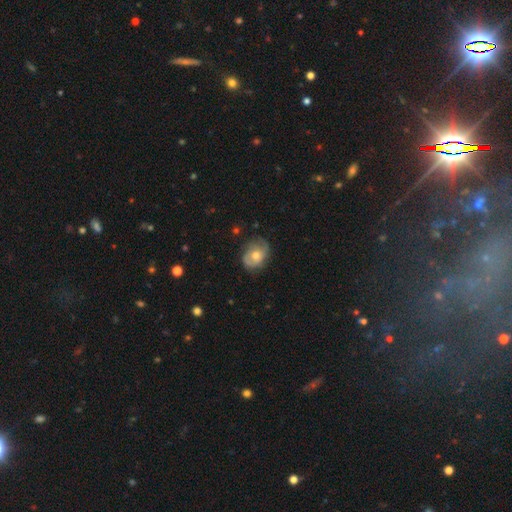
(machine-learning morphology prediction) A smooth galaxy with no disk features (48%). Merging: none (64%).